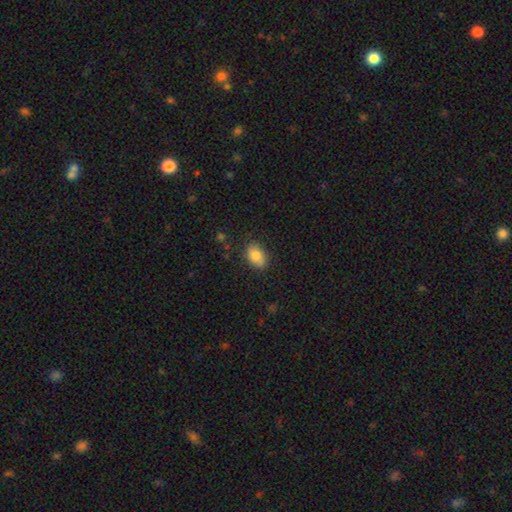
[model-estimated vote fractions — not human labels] Q: Smooth or featured?
A: smooth (83%); runner-up: featured or disk (9%)
Q: How rounded?
A: in between (87%); runner-up: round (11%)
Q: Merging?
A: none (83%); runner-up: minor disturbance (13%)